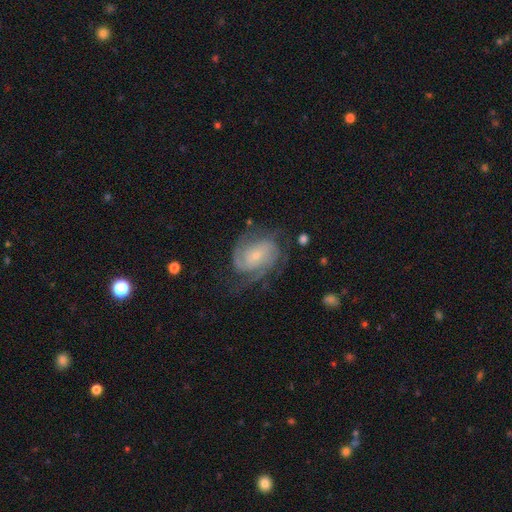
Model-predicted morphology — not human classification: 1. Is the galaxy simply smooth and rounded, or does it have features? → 85% featured or disk, 9% smooth, 6% star or artifact.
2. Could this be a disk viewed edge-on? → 97% no, 3% yes.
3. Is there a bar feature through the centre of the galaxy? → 63% no, 29% weak, 8% strong.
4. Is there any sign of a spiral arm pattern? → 96% yes, 4% no.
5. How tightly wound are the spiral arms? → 51% tight, 38% medium, 11% loose.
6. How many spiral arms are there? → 46% 2, 20% 3, 19% can't tell, 5% 4, 5% 1, 4% more than 4.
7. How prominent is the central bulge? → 75% small, 20% moderate, 2% none, 2% large, 1% dominant.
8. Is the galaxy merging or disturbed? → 65% none, 19% minor disturbance, 15% major disturbance, 2% merger.